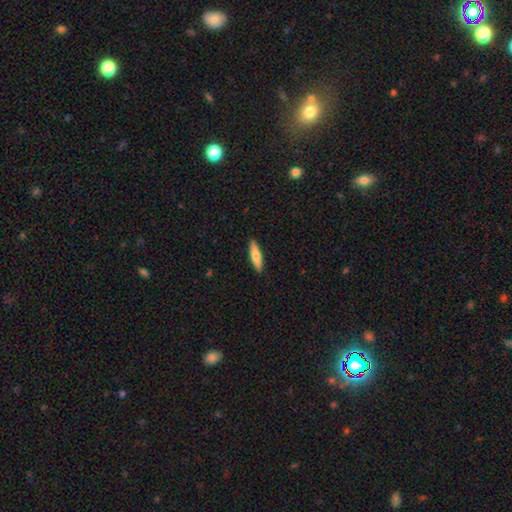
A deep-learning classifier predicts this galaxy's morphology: This is likely a smooth galaxy (69%). How rounded: likely cigar-shaped (71%). Merging: clearly none (90%).